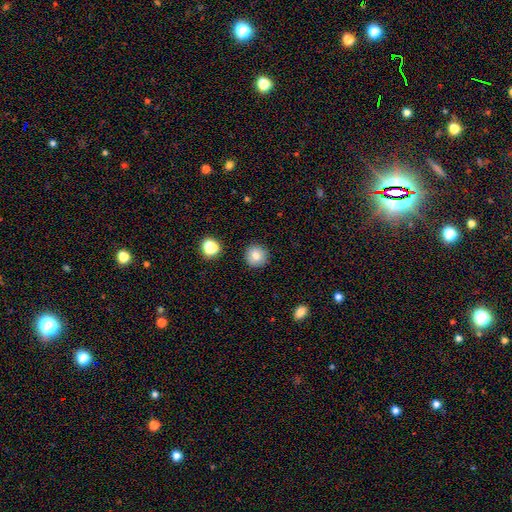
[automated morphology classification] smooth 79%, star or artifact 11%, featured or disk 10%. Down the decision tree: how rounded — round (95%); merging — none (91%).